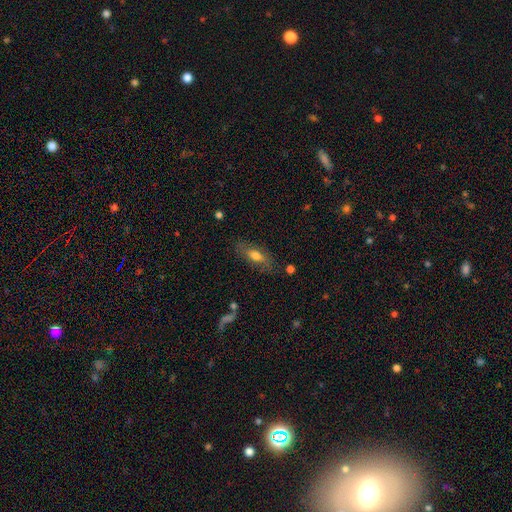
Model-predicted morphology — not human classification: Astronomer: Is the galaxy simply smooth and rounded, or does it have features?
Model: smooth — 64%.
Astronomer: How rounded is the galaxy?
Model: in between — 71%.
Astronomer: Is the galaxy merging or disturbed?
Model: none — 78%.